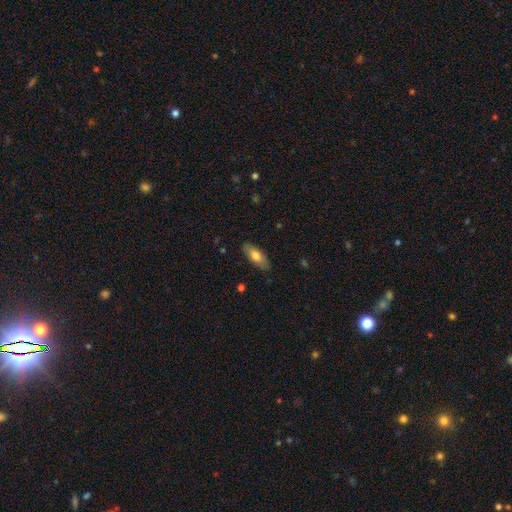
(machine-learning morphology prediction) This is likely a smooth galaxy (69%). How rounded: likely in between (79%). Merging: clearly none (85%).